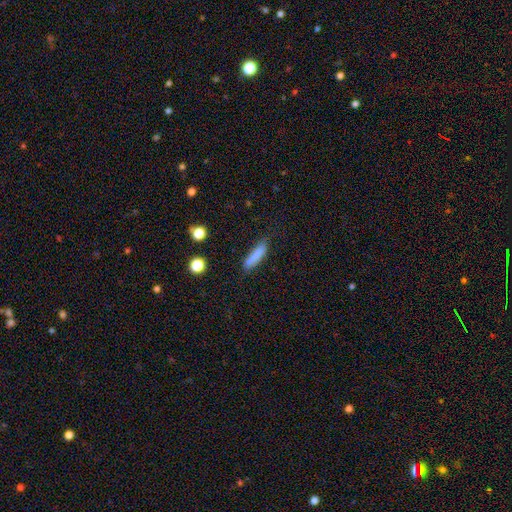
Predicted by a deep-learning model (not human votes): Smooth or featured? Predicted: smooth (p=0.82). How rounded? Predicted: cigar-shaped (p=0.76). Merging? Predicted: none (p=0.76).